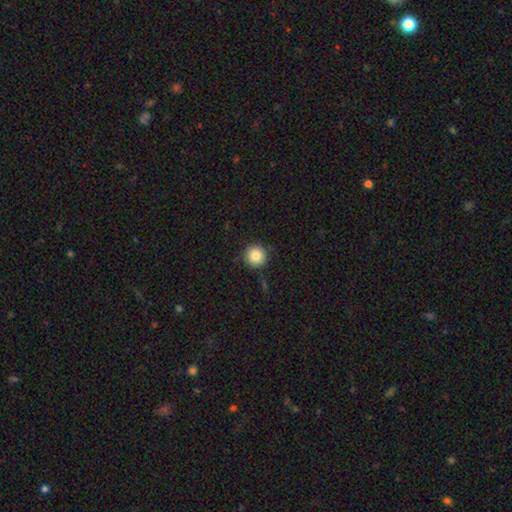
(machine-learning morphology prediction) Smooth or featured? Predicted: smooth (p=0.82). How rounded? Predicted: round (p=0.96). Merging? Predicted: none (p=0.87).